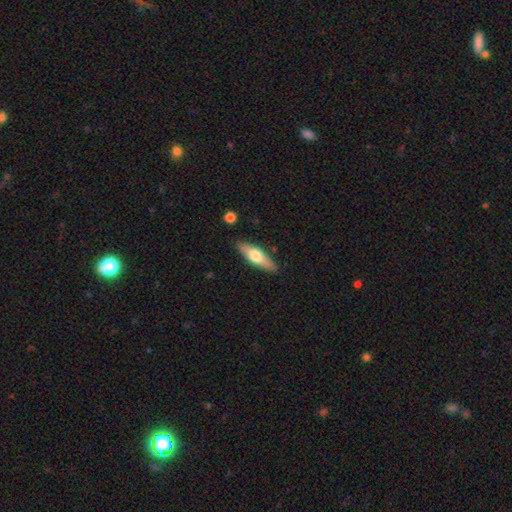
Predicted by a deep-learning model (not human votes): smooth 55%, featured or disk 39%, star or artifact 5%. Down the decision tree: how rounded — cigar-shaped (54%); merging — none (86%).